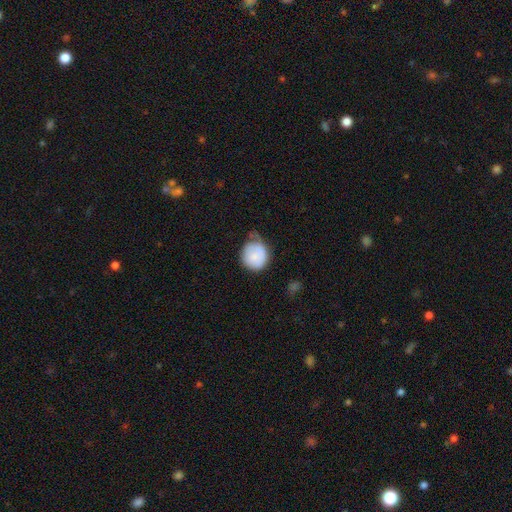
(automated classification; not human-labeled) This is clearly a smooth galaxy (81%). How rounded: clearly round (82%). Merging: marginally minor disturbance (43%).